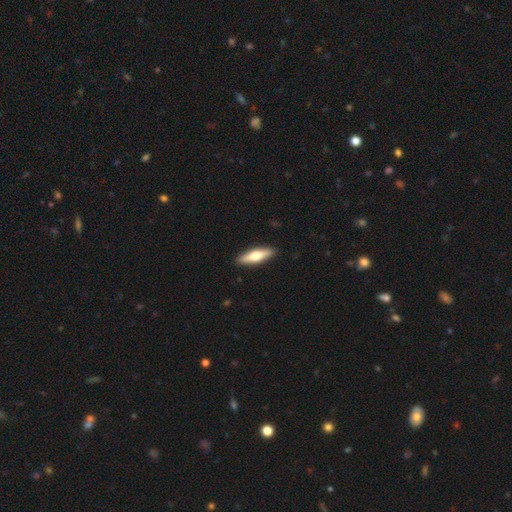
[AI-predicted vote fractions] This appears to be a smooth galaxy with no disk features (55%) that is cigar-shaped (65%). Merging: none (91%).